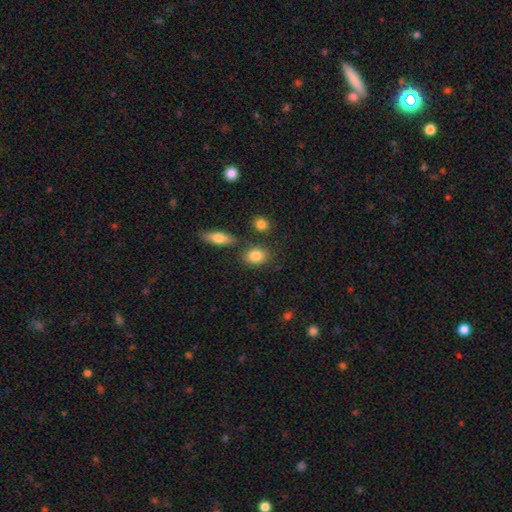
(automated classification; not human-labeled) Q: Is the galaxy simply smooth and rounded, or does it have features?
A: smooth — 84%.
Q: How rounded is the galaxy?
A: in between — 61%.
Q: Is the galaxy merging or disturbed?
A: none — 75%.